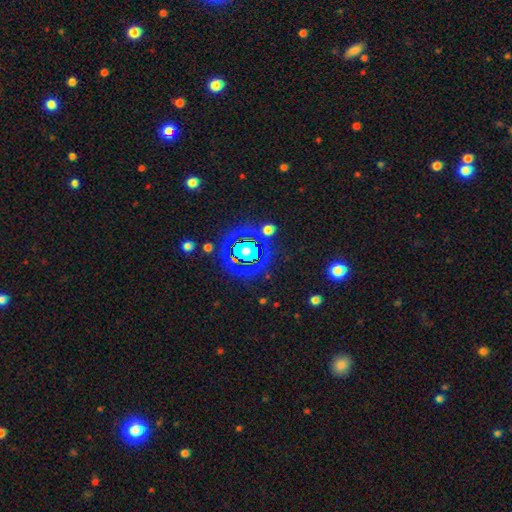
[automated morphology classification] smooth_or_featured: star or artifact (p=0.82) [alt: smooth p=0.11]